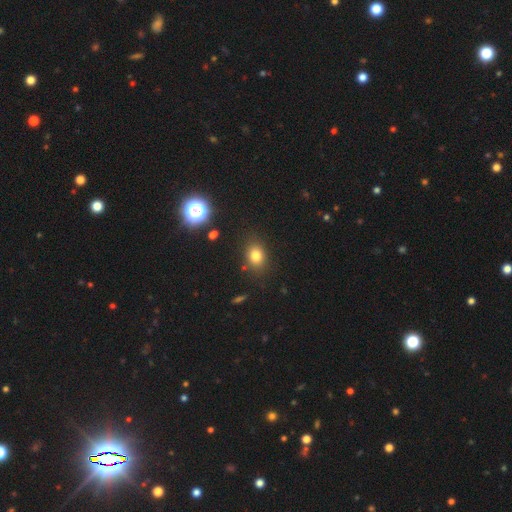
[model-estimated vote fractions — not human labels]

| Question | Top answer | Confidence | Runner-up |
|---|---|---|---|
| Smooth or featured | smooth | 78% | star or artifact (14%) |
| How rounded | in between | 50% | round (49%) |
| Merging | none | 84% | minor disturbance (11%) |